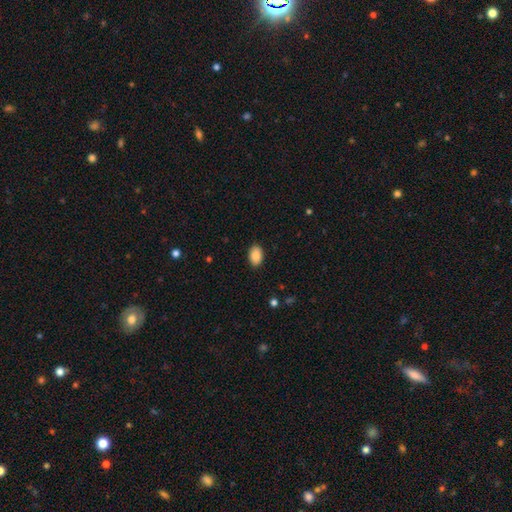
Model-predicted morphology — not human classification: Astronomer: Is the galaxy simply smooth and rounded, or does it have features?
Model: smooth — 88%.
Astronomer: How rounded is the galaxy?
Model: in between — 90%.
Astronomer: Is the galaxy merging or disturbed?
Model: none — 88%.